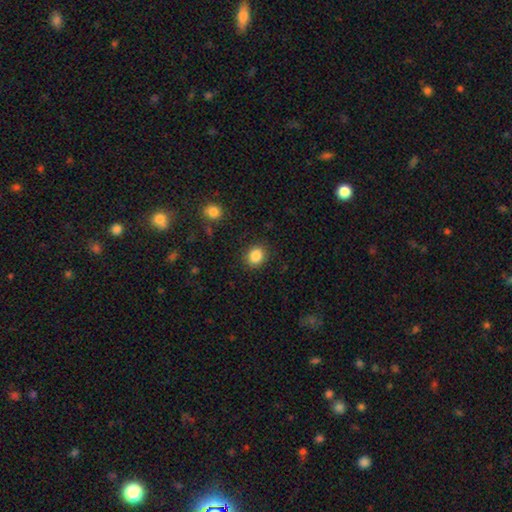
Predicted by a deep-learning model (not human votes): Overall: smooth (86%). How rounded: round (70%). Merging: none (89%).